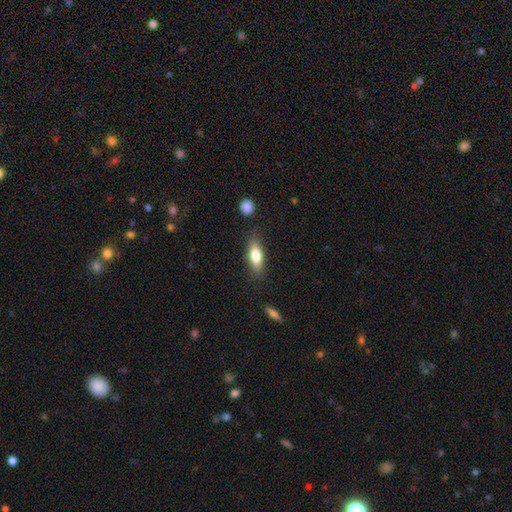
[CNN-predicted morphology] A smooth galaxy with no disk features (73%) that is in between round and cigar-shaped (62%). Merging: none (80%).